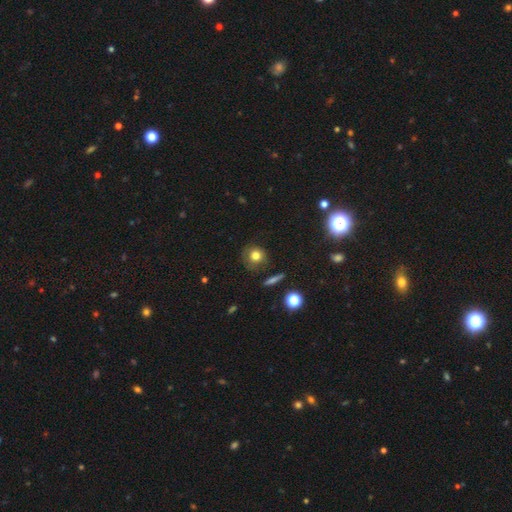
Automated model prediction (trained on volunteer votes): Smooth or featured? smooth (74%)
How rounded? round (87%)
Merging? none (75%)